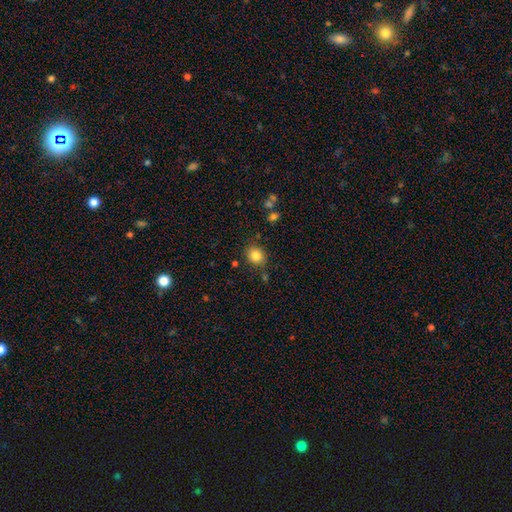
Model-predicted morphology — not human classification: Smooth or featured?
  - smooth: 84% *
  - star or artifact: 10%
  - featured or disk: 6%
How rounded?
  - round: 65% *
  - in between: 34%
  - cigar-shaped: 1%
Merging?
  - none: 82% *
  - minor disturbance: 11%
  - merger: 3%
  - major disturbance: 3%